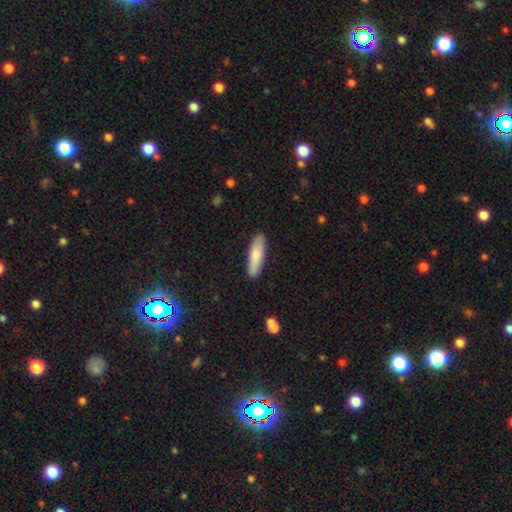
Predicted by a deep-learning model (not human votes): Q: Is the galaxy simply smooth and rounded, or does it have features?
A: smooth — 78%.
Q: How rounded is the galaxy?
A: cigar-shaped — 69%.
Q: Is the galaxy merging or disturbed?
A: none — 88%.